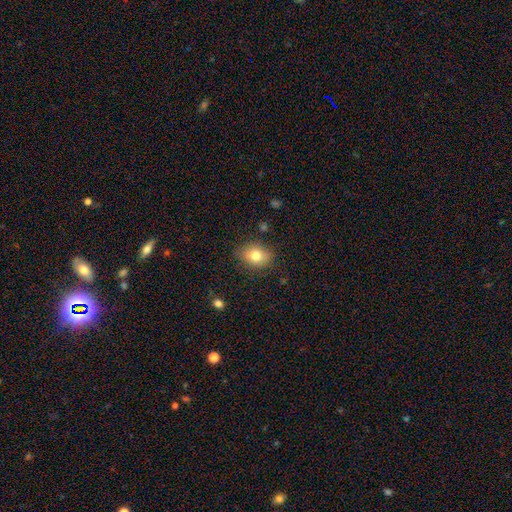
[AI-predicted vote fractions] This appears to be a smooth galaxy with no disk features (78%) that is in between round and cigar-shaped (58%). Merging: none (83%).